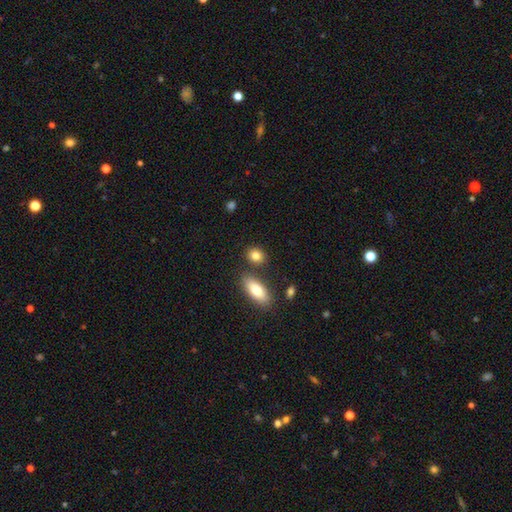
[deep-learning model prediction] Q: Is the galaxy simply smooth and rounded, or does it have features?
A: smooth — 83%.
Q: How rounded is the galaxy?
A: in between — 49%.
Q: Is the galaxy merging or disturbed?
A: none — 76%.